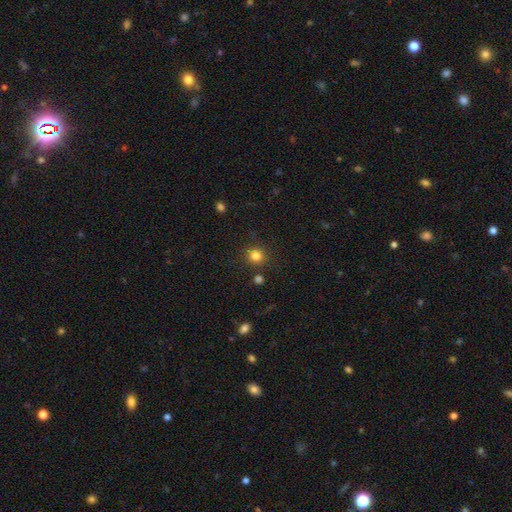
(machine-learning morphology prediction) Smooth or featured? smooth (82%)
How rounded? round (89%)
Merging? none (85%)